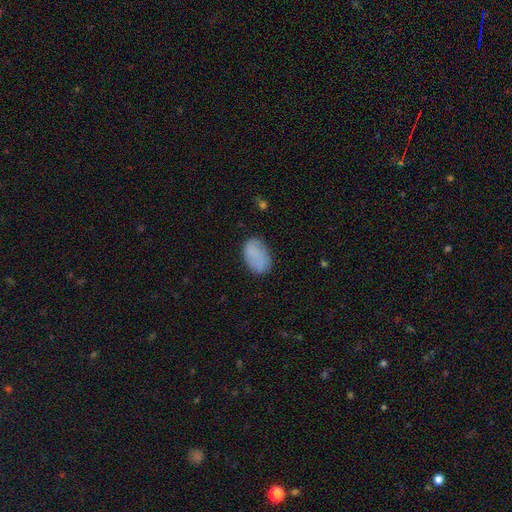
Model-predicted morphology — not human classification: Smooth or featured?
  - smooth: 82% *
  - featured or disk: 11%
  - star or artifact: 8%
How rounded?
  - in between: 90% *
  - round: 8%
  - cigar-shaped: 1%
Merging?
  - none: 73% *
  - minor disturbance: 20%
  - major disturbance: 5%
  - merger: 2%